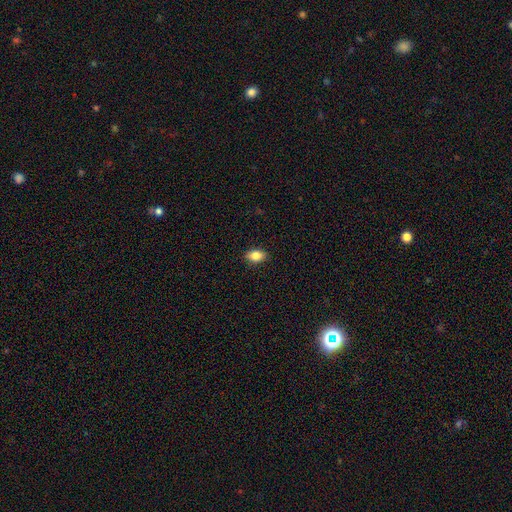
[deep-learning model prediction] smooth-or-featured: smooth: 84% | star or artifact: 8% | featured or disk: 8%
  how-rounded: in between: 86% | round: 12% | cigar-shaped: 2%
  merging: none: 89% | minor disturbance: 8% | major disturbance: 2% | merger: 1%